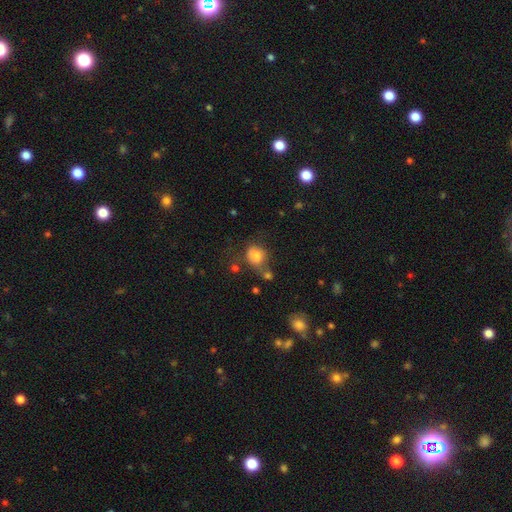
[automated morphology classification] This appears to be a smooth galaxy with no disk features (78%) that is round (67%). Merging: none (48%).